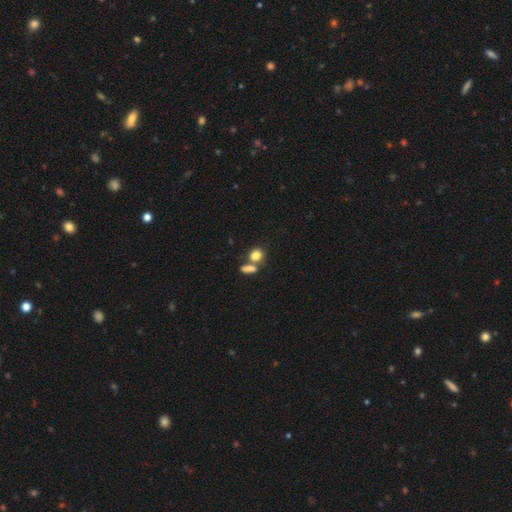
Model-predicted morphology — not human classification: The model was most divided on "merging": none: 49%, merger: 37%, minor disturbance: 9%, major disturbance: 5%. More confident: smooth or featured — smooth (81%); how rounded — round (64%).